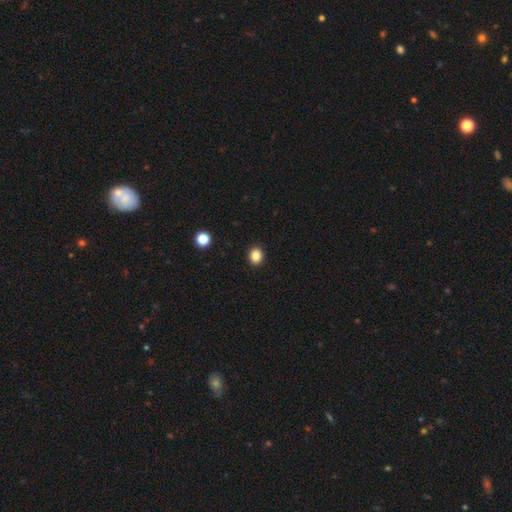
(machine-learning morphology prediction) Smooth or featured? smooth (85%)
How rounded? round (69%)
Merging? none (93%)